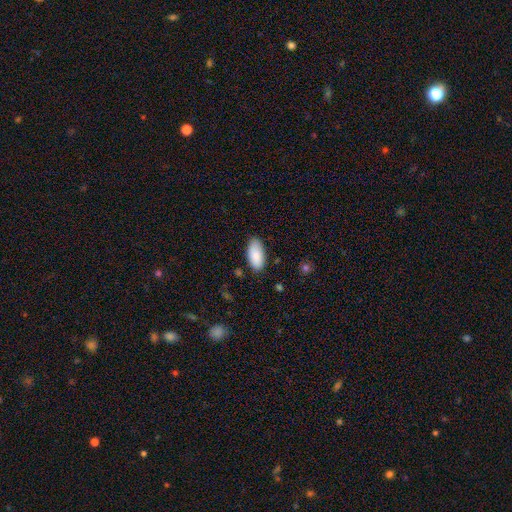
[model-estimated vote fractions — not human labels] A smooth galaxy with no disk features (86%) that is in between round and cigar-shaped (93%).

Vote fractions:
- Smooth or featured? smooth: 86% / featured or disk: 8% / star or artifact: 6%
- How rounded? in between: 93% / cigar-shaped: 5% / round: 2%
- Merging? none: 82% / minor disturbance: 14% / major disturbance: 2% / merger: 1%